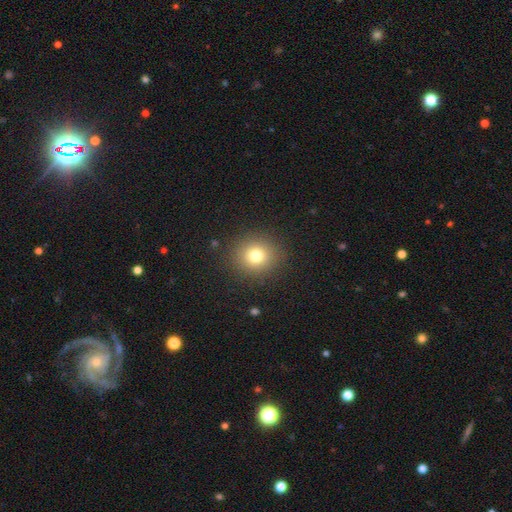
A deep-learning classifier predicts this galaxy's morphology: The model was most divided on "smooth or featured": smooth: 77%, star or artifact: 14%, featured or disk: 9%. More confident: merging — none (89%); how rounded — round (89%).